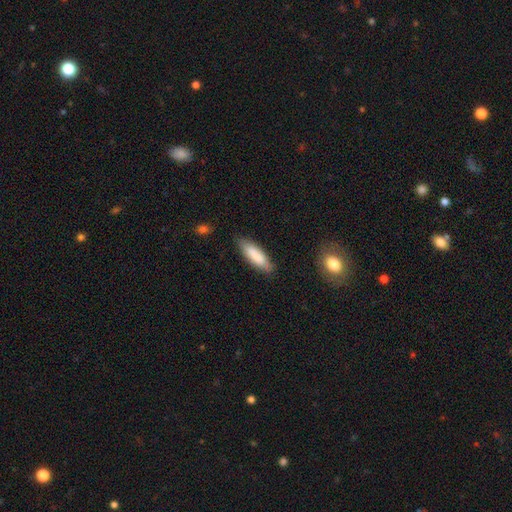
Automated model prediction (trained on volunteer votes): A smooth galaxy with no disk features (83%) that is cigar-shaped (52%).

Vote fractions:
- Smooth or featured? smooth: 83% / featured or disk: 11% / star or artifact: 6%
- How rounded? cigar-shaped: 52% / in between: 46% / round: 1%
- Merging? none: 82% / minor disturbance: 14% / major disturbance: 3% / merger: 2%